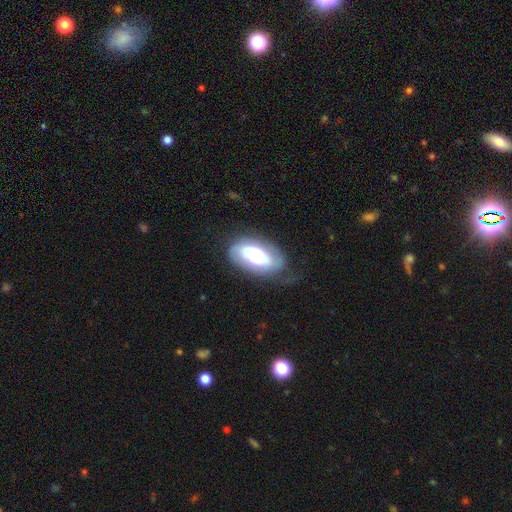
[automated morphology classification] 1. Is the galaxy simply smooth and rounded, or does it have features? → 47% smooth (tied), 47% featured or disk (tied), 7% star or artifact.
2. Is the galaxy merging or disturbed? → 56% none, 26% minor disturbance, 16% major disturbance, 2% merger.